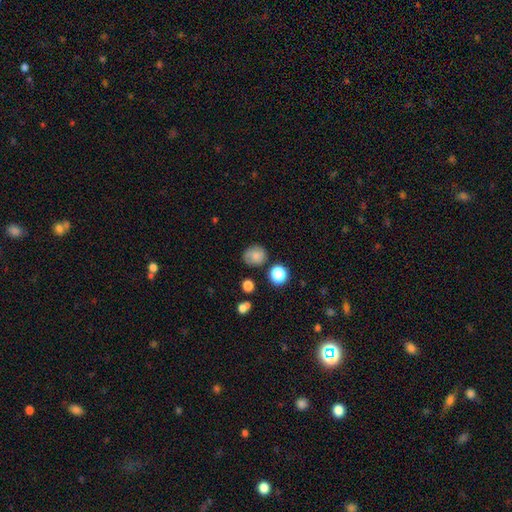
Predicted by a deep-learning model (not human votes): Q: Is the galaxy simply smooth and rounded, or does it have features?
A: smooth — 72%.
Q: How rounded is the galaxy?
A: round — 75%.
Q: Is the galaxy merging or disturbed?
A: none — 70%.